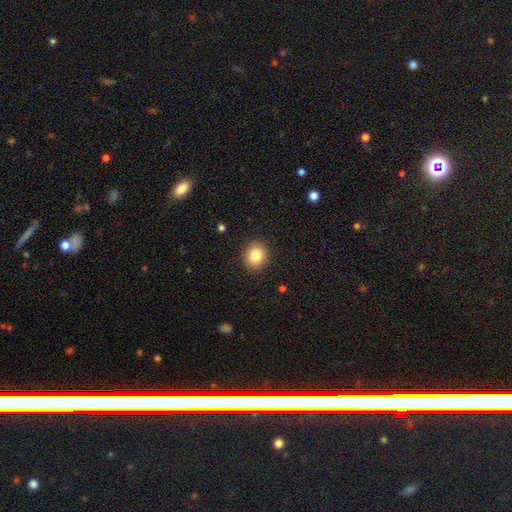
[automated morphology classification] Smooth or featured? smooth (84%)
How rounded? round (73%)
Merging? none (90%)